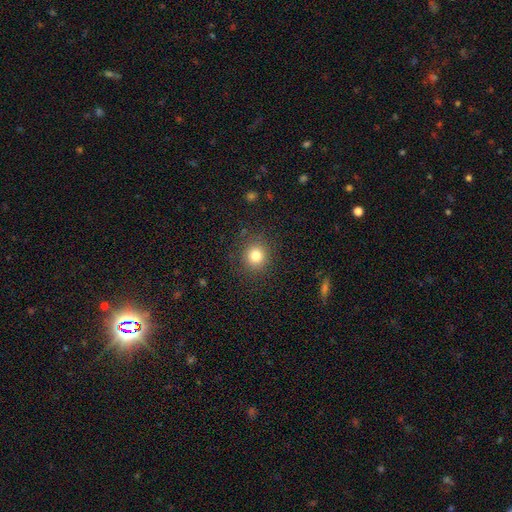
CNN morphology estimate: smooth_or_featured: smooth (p=0.81) [alt: star or artifact p=0.12]
how_rounded: round (p=0.88) [alt: in between p=0.11]
merging: none (p=0.88) [alt: minor disturbance p=0.08]